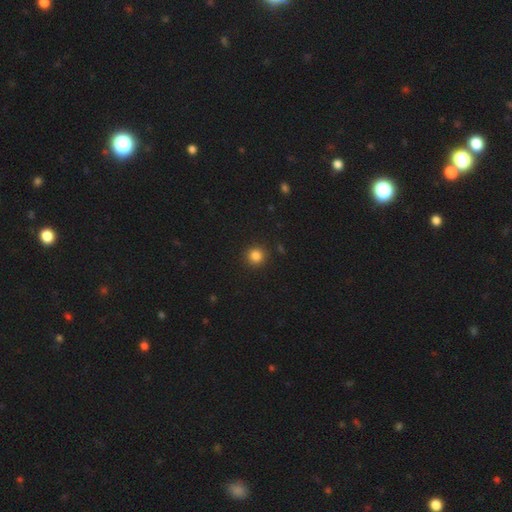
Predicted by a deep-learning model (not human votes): Smooth or featured? smooth (84%)
How rounded? round (93%)
Merging? none (91%)